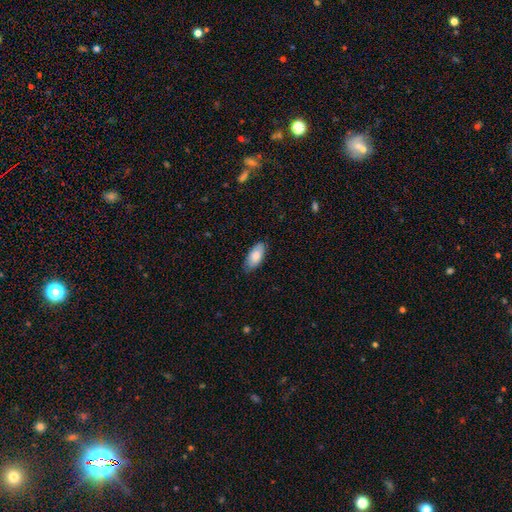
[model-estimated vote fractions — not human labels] Morphology: type=smooth (83%); roundness=in between (91%); merging=none (80%).